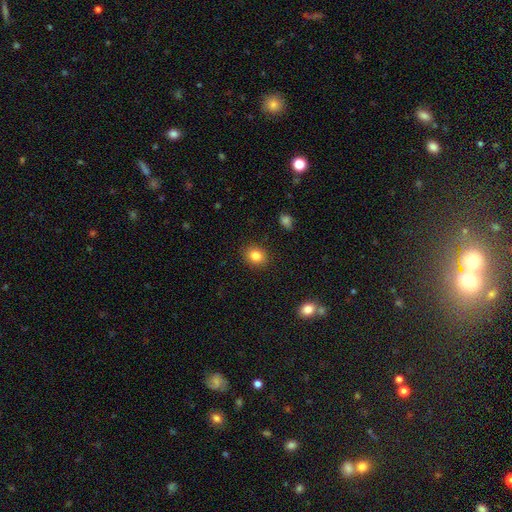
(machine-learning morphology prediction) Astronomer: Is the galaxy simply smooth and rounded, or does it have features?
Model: smooth — 84%.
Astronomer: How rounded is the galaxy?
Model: round — 62% (runner-up: in between, 37%).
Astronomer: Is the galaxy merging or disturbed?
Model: none — 89%.